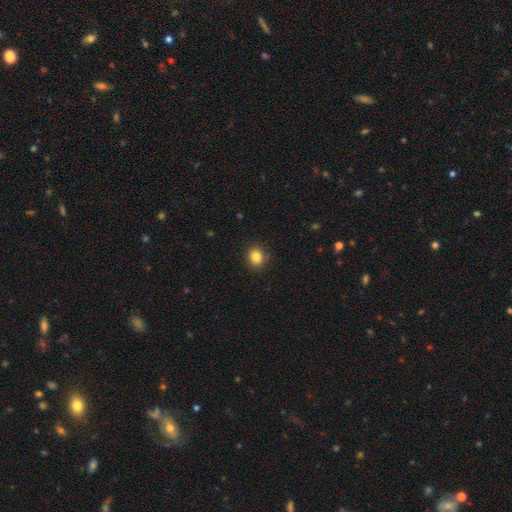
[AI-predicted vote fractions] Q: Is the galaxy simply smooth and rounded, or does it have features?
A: smooth — 85%.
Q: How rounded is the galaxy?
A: round — 70%.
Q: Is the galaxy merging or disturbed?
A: none — 89%.